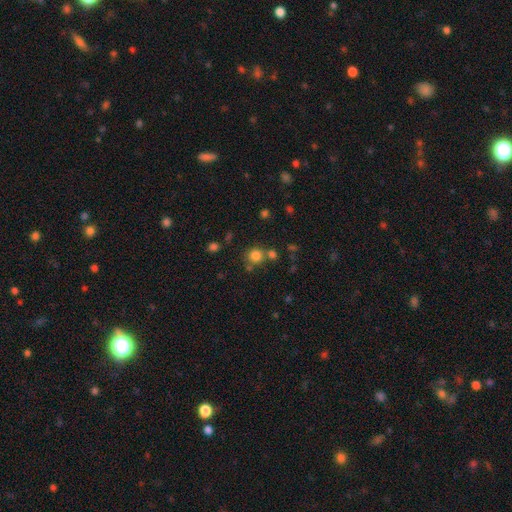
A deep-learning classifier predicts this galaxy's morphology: The model was most divided on "merging": none: 67%, merger: 20%, minor disturbance: 9%, major disturbance: 4%. More confident: how rounded — round (88%); smooth or featured — smooth (79%).